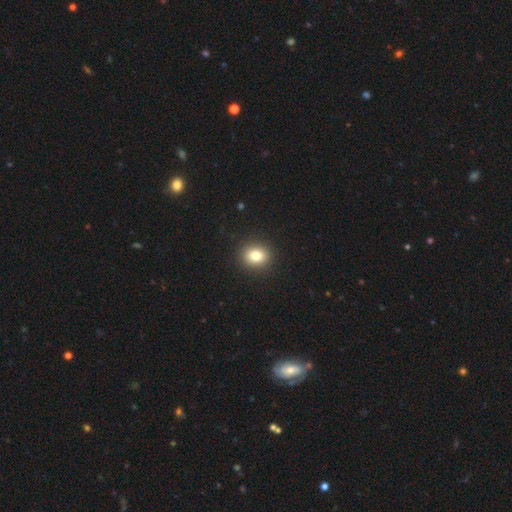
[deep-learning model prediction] Overall: smooth (82%). How rounded: round (69%; in between 30%). Merging: none (91%).